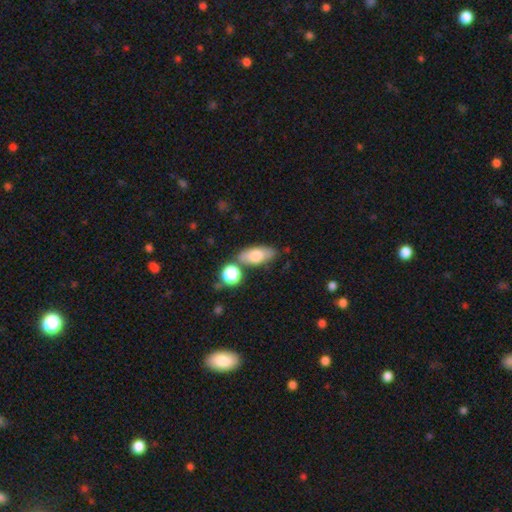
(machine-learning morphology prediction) Overall: smooth (73%). How rounded: in between (82%). Merging: none (73%).